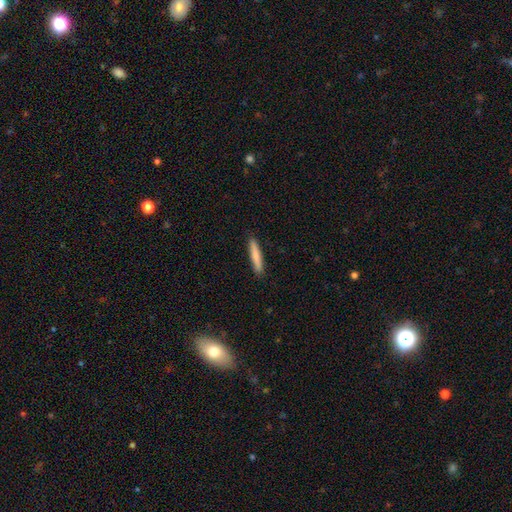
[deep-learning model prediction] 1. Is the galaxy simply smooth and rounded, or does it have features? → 80% smooth, 15% featured or disk, 5% star or artifact.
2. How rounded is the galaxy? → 93% cigar-shaped, 6% in between, 1% round.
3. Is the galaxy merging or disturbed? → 91% none, 7% minor disturbance, 1% major disturbance, 1% merger.